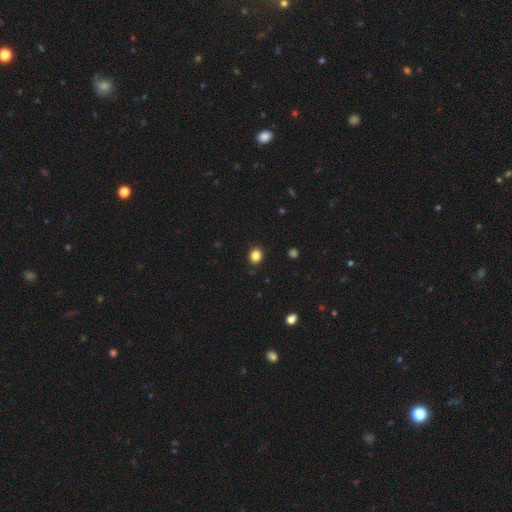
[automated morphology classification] A smooth galaxy with no disk features (84%) that is round (73%).

Vote fractions:
- Smooth or featured? smooth: 84% / star or artifact: 12% / featured or disk: 4%
- How rounded? round: 73% / in between: 26% / cigar-shaped: 1%
- Merging? none: 91% / minor disturbance: 6% / major disturbance: 2% / merger: 1%